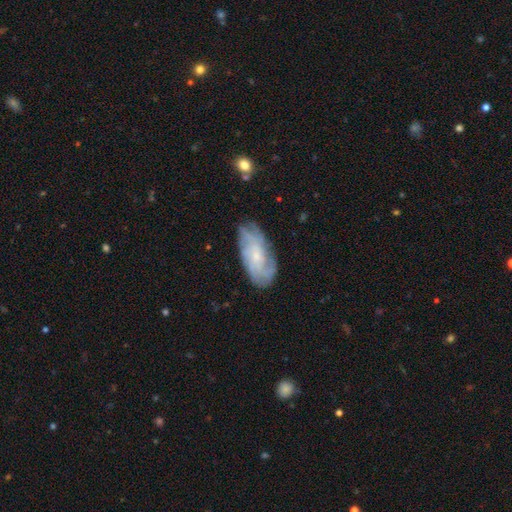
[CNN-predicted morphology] Smooth or featured: featured or disk — 70% (smooth — 23%)
Edge-on disk: no — 93% (yes — 7%)
Bar: no — 72% (weak — 24%)
Spiral arms: yes — 91% (no — 9%)
Spiral winding: tight — 55% (medium — 33%)
Spiral arm count: can't tell — 43% (4 — 19%)
Bulge size: small — 68% (moderate — 22%)
Merging: none — 75% (minor disturbance — 18%)